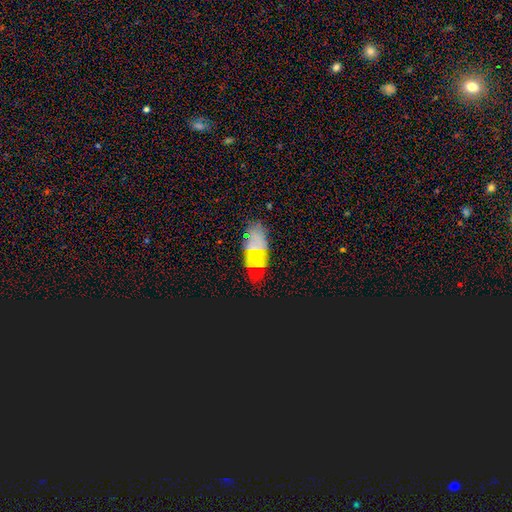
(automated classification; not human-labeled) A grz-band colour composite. It shows a smooth galaxy with no disk features (42%). Merging: none (72%).